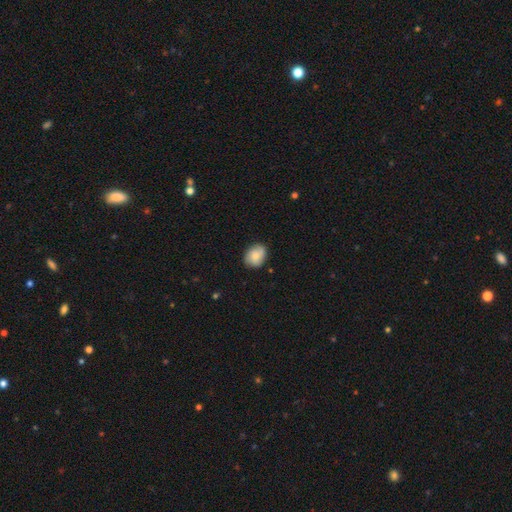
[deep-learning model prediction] Morphology: type=smooth (67%); roundness=in between (53%); merging=none (81%).